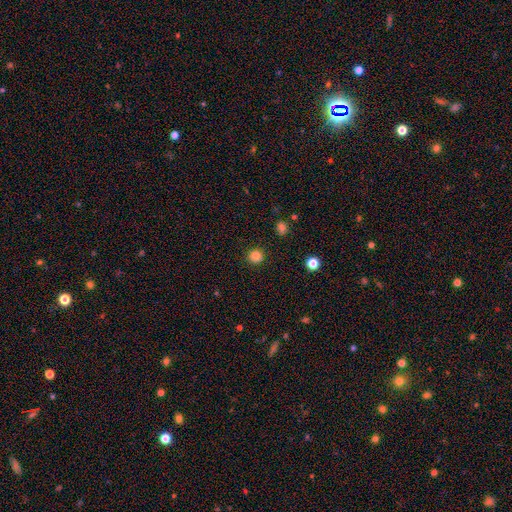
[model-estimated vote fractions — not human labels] A smooth galaxy with no disk features (83%) that is round (91%).

Vote fractions:
- Smooth or featured? smooth: 83% / star or artifact: 12% / featured or disk: 5%
- How rounded? round: 91% / in between: 8% / cigar-shaped: 1%
- Merging? none: 90% / minor disturbance: 7% / major disturbance: 2% / merger: 1%